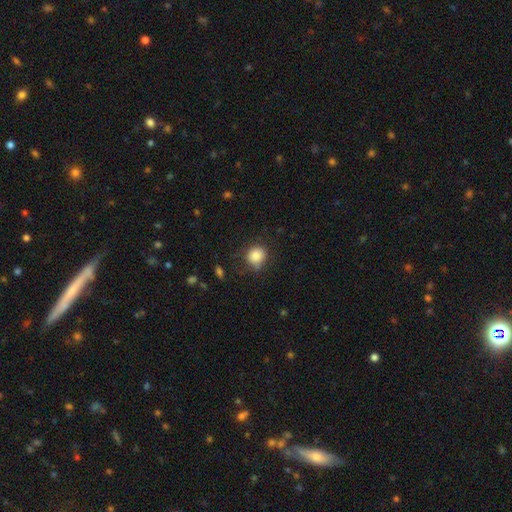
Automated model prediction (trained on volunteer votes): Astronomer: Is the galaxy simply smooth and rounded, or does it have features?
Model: smooth — 84%.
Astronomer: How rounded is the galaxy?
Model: round — 80%.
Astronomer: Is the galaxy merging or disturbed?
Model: none — 69%.